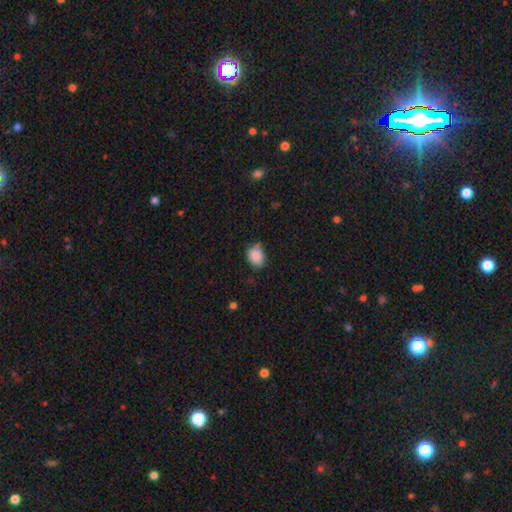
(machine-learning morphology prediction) type=smooth (87%); roundness=in between (60%); merging=none (63%).